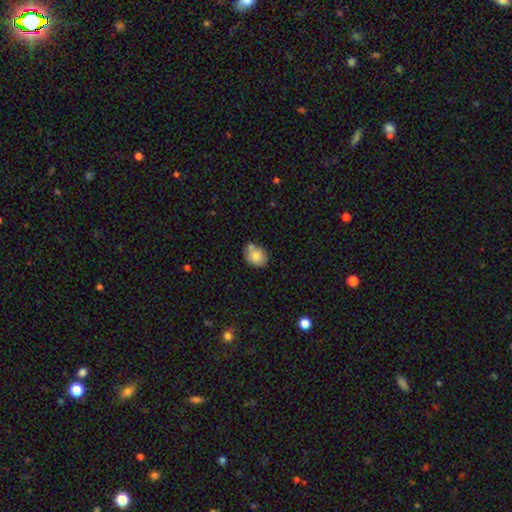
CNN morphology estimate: The model was most divided on "how rounded": in between: 53%, round: 46%, cigar-shaped: 1%. More confident: smooth or featured — smooth (77%); merging — none (54%).